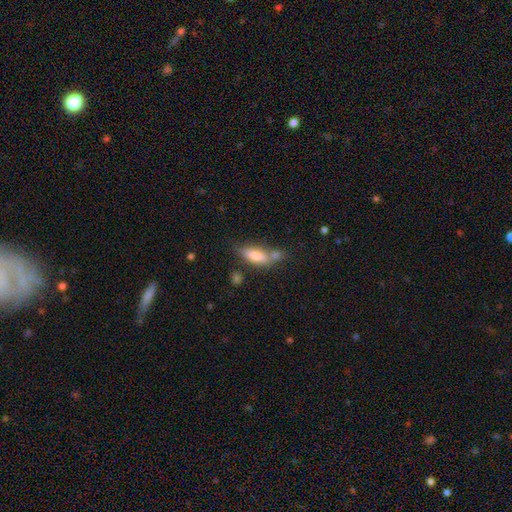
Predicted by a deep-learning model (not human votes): Smooth or featured? Predicted: smooth (p=0.72). How rounded? Predicted: in between (p=0.62). Merging? Predicted: none (p=0.45).